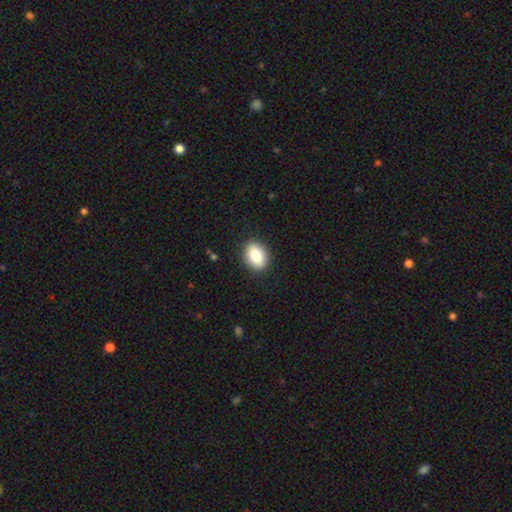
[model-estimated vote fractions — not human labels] smooth 83%, featured or disk 9%, star or artifact 8%. Down the decision tree: how rounded — in between (70%); merging — none (89%).